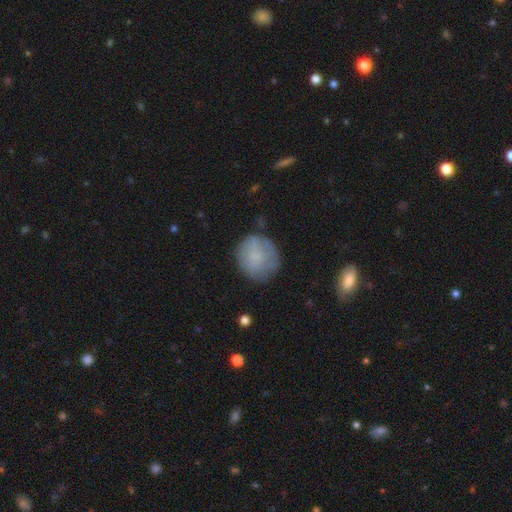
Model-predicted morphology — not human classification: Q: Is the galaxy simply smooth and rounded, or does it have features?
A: smooth — 69%.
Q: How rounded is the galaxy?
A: round — 82%.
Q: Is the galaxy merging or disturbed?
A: none — 68%.